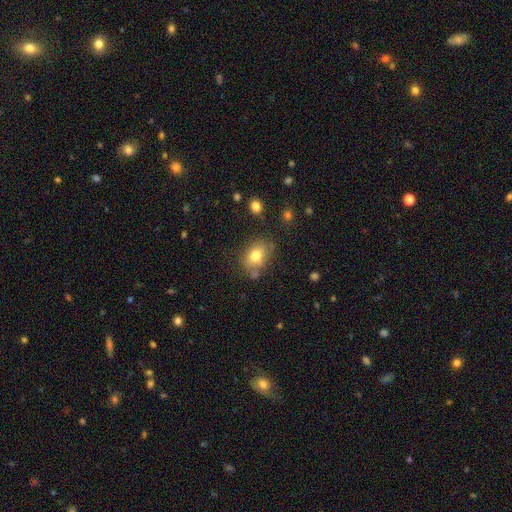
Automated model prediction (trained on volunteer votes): Smooth or featured?
  - smooth: 76% *
  - featured or disk: 13%
  - star or artifact: 11%
How rounded?
  - in between: 67% *
  - round: 32%
  - cigar-shaped: 1%
Merging?
  - none: 71% *
  - minor disturbance: 17%
  - merger: 7%
  - major disturbance: 5%